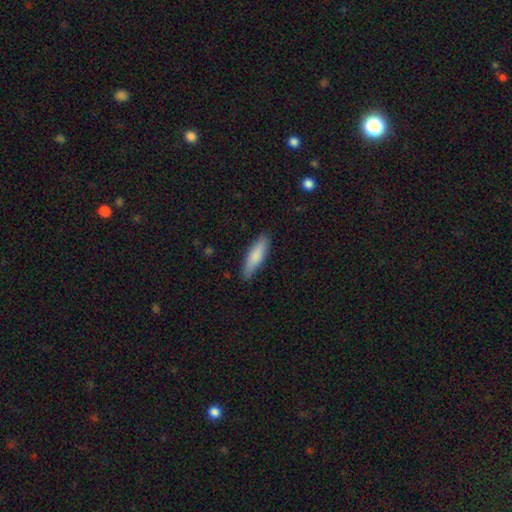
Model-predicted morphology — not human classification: Smooth or featured: smooth — 82% (featured or disk — 13%)
How rounded: cigar-shaped — 66% (in between — 32%)
Merging: none — 86% (minor disturbance — 11%)